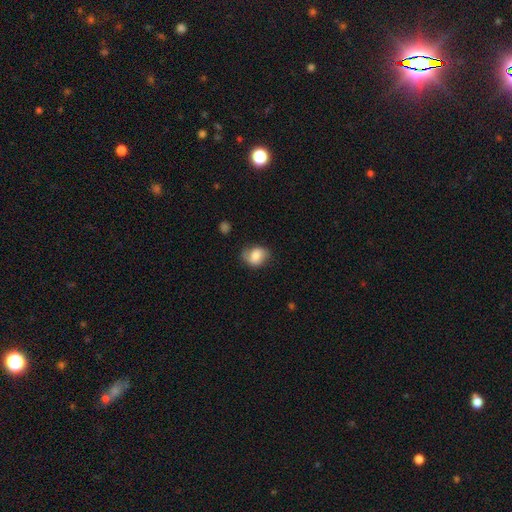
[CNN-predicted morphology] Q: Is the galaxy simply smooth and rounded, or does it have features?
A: smooth — 73%.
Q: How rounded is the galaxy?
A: in between — 55%.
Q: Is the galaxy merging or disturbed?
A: none — 61%.